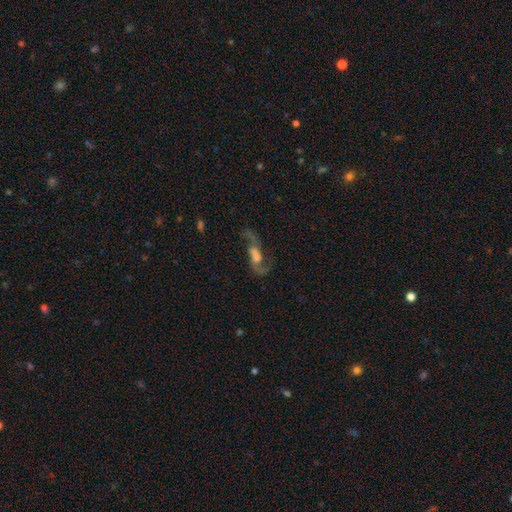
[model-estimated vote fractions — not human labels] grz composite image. It shows a featured or disk galaxy (78%) with a weak bar (43%), 2 (91%) loose (77%) spiral arms (93%) and a moderate central bulge (38%). Merging: none (62%).